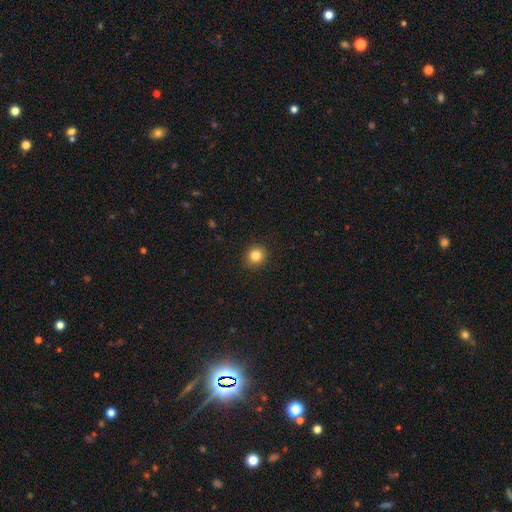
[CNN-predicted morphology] smooth-or-featured: smooth: 83% | star or artifact: 11% | featured or disk: 6%
  how-rounded: round: 87% | in between: 12% | cigar-shaped: 1%
  merging: none: 92% | minor disturbance: 5% | major disturbance: 2% | merger: 1%